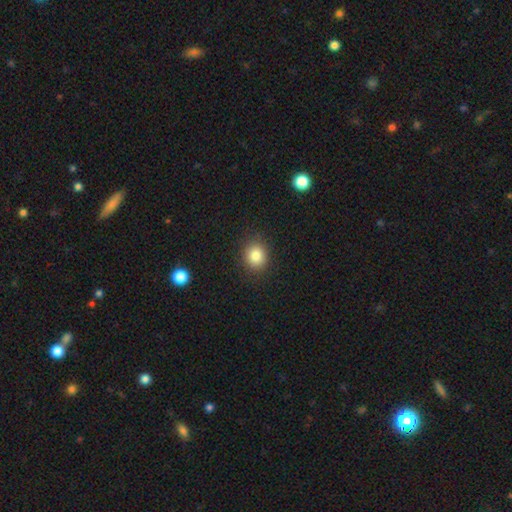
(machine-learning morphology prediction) The model was most divided on "how rounded": round: 75%, in between: 24%, cigar-shaped: 1%. More confident: merging — none (89%); smooth or featured — smooth (84%).